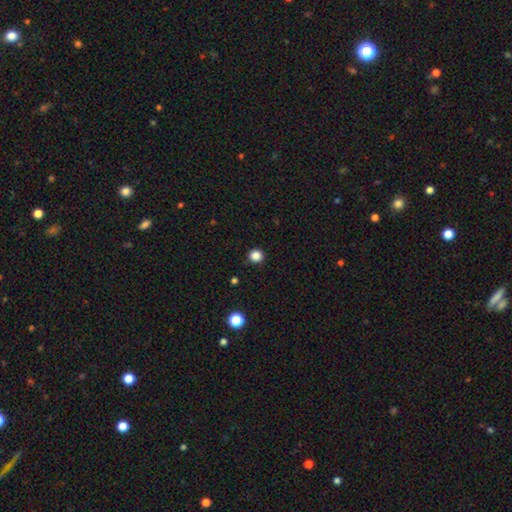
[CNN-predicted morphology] smooth_or_featured: smooth (p=0.85) [alt: star or artifact p=0.13]
how_rounded: round (p=0.95) [alt: in between p=0.04]
merging: none (p=0.92) [alt: minor disturbance p=0.05]